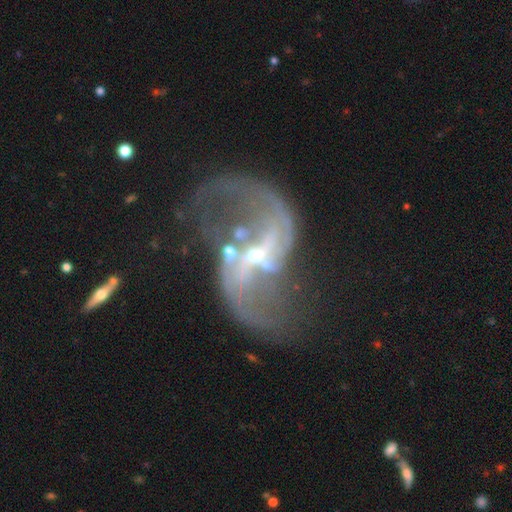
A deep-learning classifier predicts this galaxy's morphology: type=featured or disk (90%); edge-on=no (98%); bar=weak (44%); spiral arms=yes (95%); winding=loose (77%); arm count=2 (91%); bulge=small (72%); merging=none (43%).